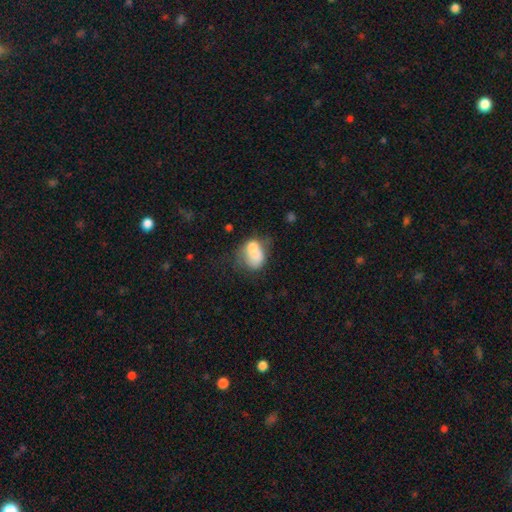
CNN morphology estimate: type=smooth (70%); roundness=in between (69%); merging=merger (35%).